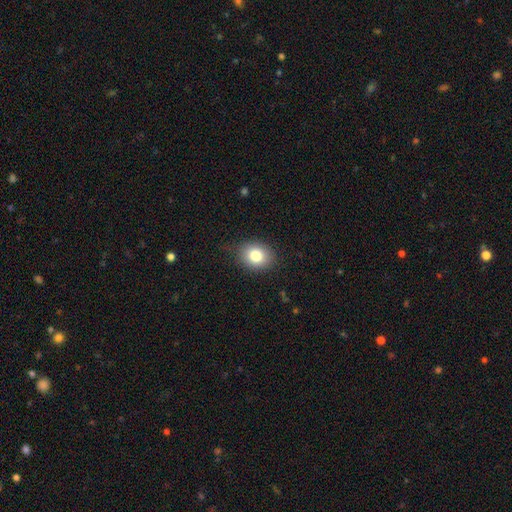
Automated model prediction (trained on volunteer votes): A smooth galaxy with no disk features (81%) that is in between round and cigar-shaped (50%).

Vote fractions:
- Smooth or featured? smooth: 81% / star or artifact: 10% / featured or disk: 9%
- How rounded? in between: 50% / round: 49% / cigar-shaped: 1%
- Merging? none: 81% / minor disturbance: 15% / major disturbance: 4% / merger: 1%